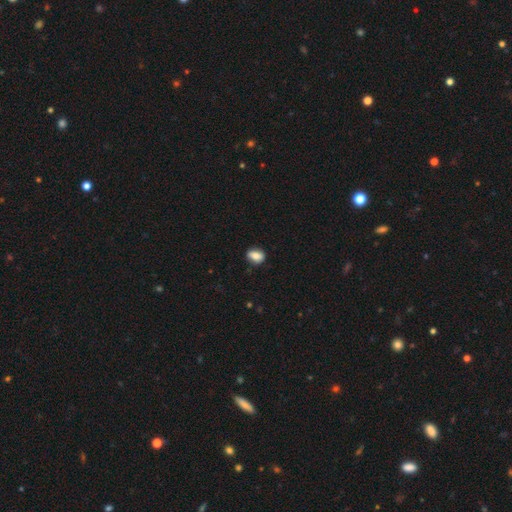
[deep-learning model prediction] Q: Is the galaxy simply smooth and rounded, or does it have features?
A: smooth — 82%.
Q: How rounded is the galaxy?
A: in between — 74%.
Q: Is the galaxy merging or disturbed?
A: none — 80%.